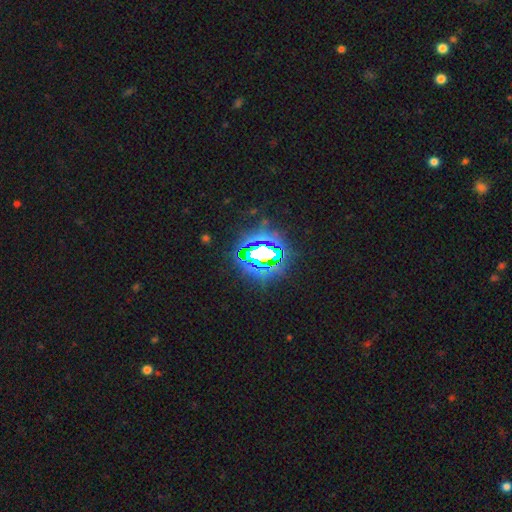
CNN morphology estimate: smooth_or_featured: star or artifact (p=0.67) [alt: featured or disk p=0.17]